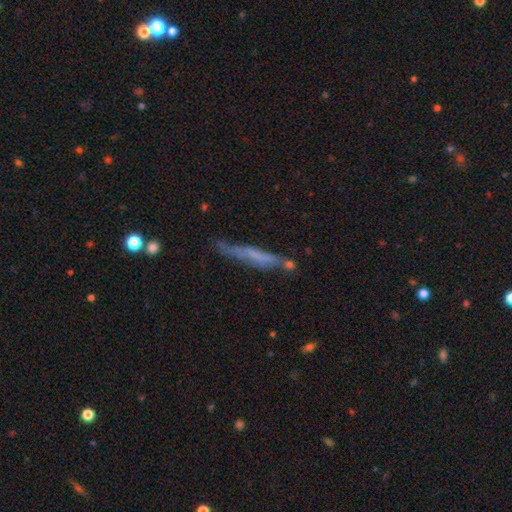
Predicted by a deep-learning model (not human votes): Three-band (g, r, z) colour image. It shows a featured or disk galaxy (48%). Merging: none (63%).